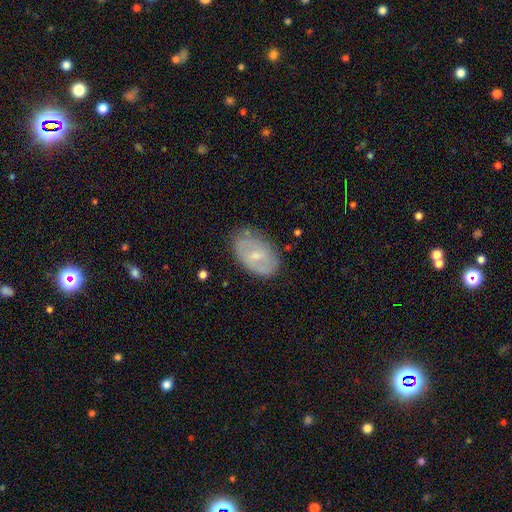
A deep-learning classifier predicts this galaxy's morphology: type=featured or disk (55%); edge-on=no (94%); bar=weak (53%); spiral arms=yes (56%); bulge=small (63%); merging=none (73%).